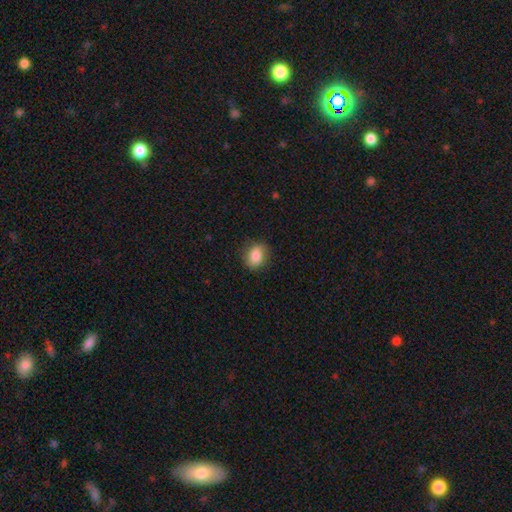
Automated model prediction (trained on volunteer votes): Q: Smooth or featured?
A: smooth (82%); runner-up: featured or disk (10%)
Q: How rounded?
A: in between (53%); runner-up: round (46%)
Q: Merging?
A: none (83%); runner-up: minor disturbance (13%)